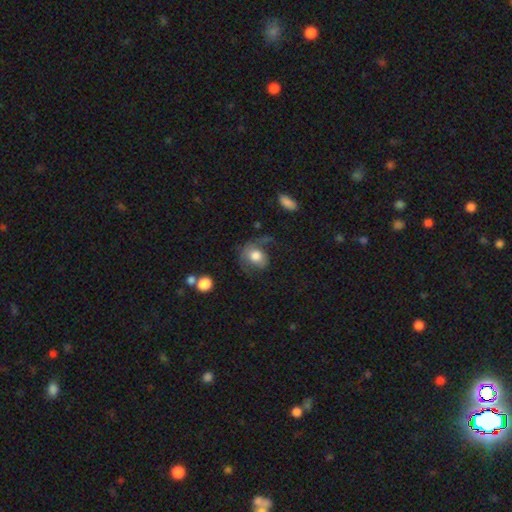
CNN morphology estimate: A smooth galaxy with no disk features (62%) that is round (53%). Merging: none (39%).